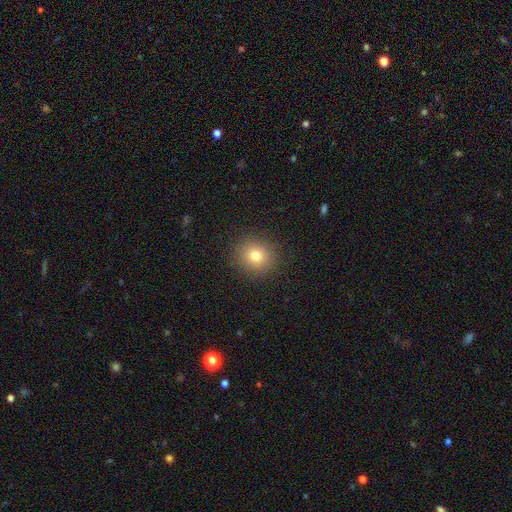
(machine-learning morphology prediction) smooth_or_featured: smooth (p=0.78) [alt: star or artifact p=0.13]
how_rounded: round (p=0.84) [alt: in between p=0.15]
merging: none (p=0.90) [alt: minor disturbance p=0.07]